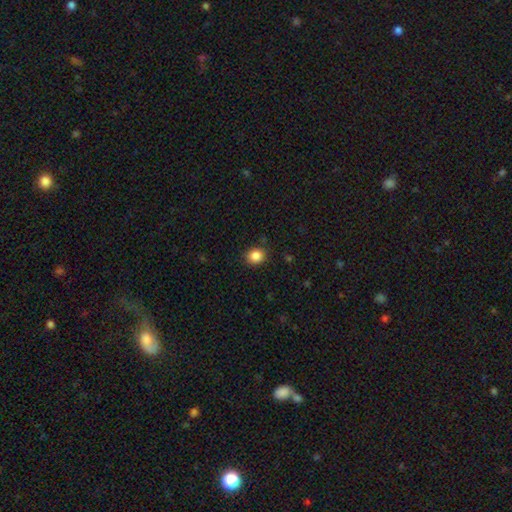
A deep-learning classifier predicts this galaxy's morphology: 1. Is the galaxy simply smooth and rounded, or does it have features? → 86% smooth, 10% star or artifact, 4% featured or disk.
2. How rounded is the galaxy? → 78% round, 22% in between, 1% cigar-shaped.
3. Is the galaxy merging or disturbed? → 88% none, 9% minor disturbance, 2% major disturbance, 1% merger.